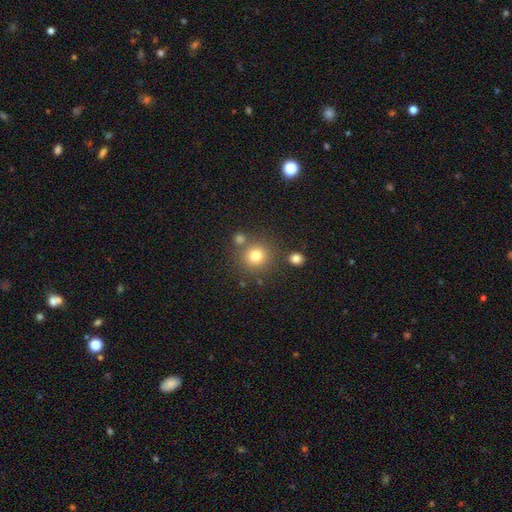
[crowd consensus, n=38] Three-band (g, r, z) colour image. It shows a smooth galaxy with no disk features (79%) that is round (93%). Merging: none (91%).